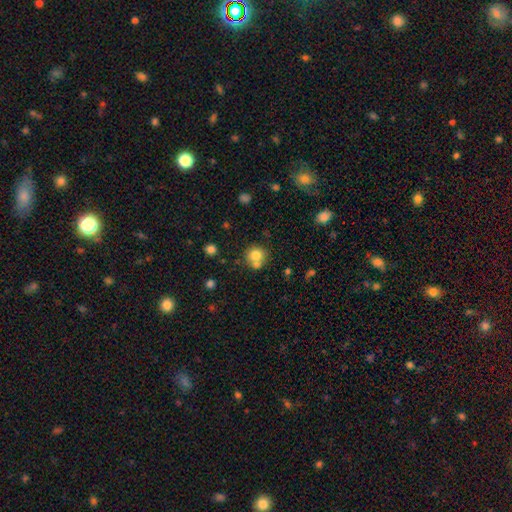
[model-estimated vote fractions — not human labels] A smooth galaxy with no disk features (78%) that is round (86%). Merging: none (54%).